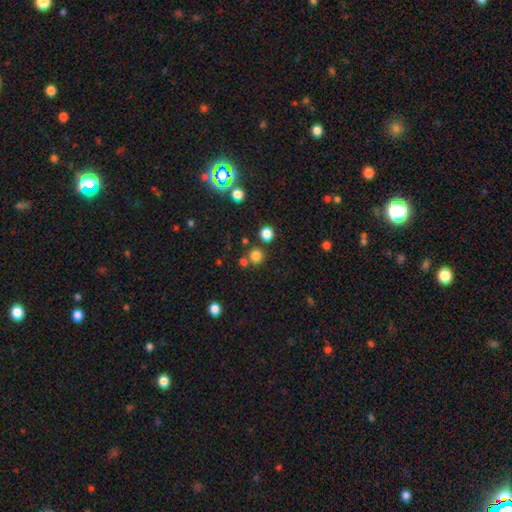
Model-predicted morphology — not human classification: Smooth or featured? smooth (77%)
How rounded? round (92%)
Merging? none (74%)